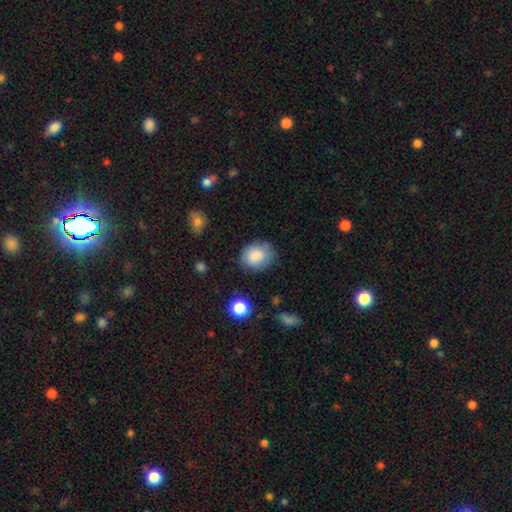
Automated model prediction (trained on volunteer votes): Smooth or featured? smooth (84%)
How rounded? in between (52%)
Merging? none (70%)